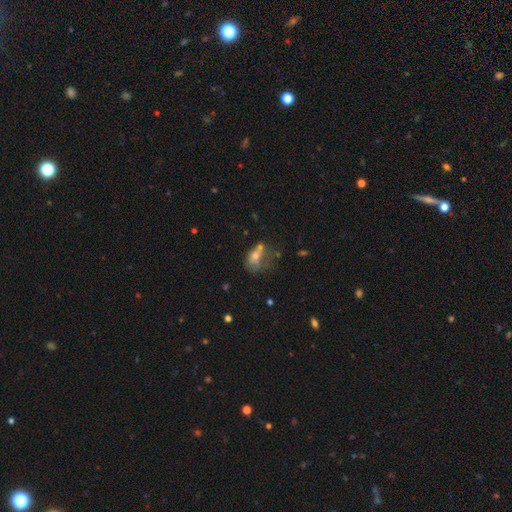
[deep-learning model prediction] This is possibly a smooth galaxy (51%). How rounded: likely in between (68%). Merging: marginally merger (32%).